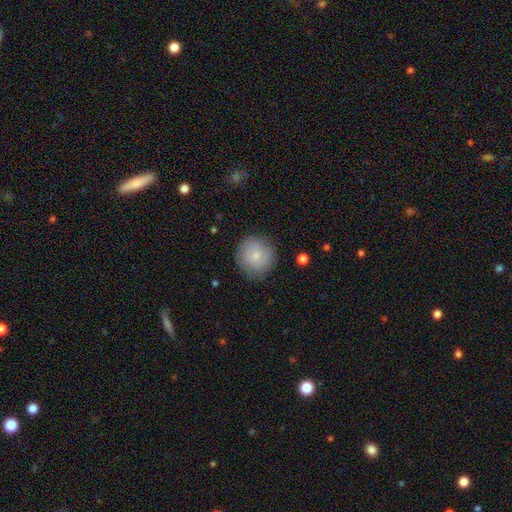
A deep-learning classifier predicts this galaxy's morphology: smooth 74%, featured or disk 19%, star or artifact 7%. Down the decision tree: how rounded — round (93%); merging — none (84%).